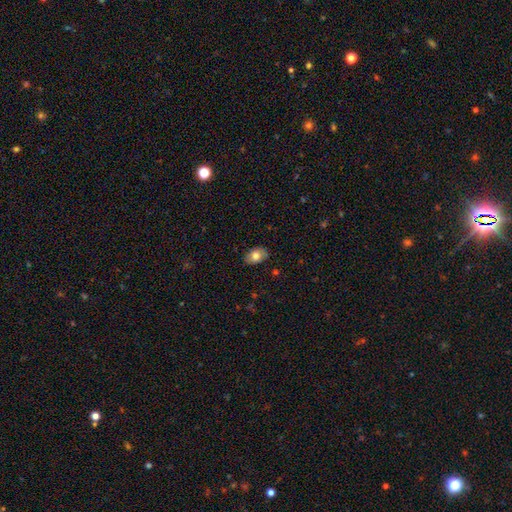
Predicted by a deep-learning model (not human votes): Smooth or featured?
  - smooth: 77% *
  - featured or disk: 16%
  - star or artifact: 8%
How rounded?
  - in between: 85% *
  - round: 14%
  - cigar-shaped: 1%
Merging?
  - none: 81% *
  - minor disturbance: 15%
  - major disturbance: 3%
  - merger: 1%